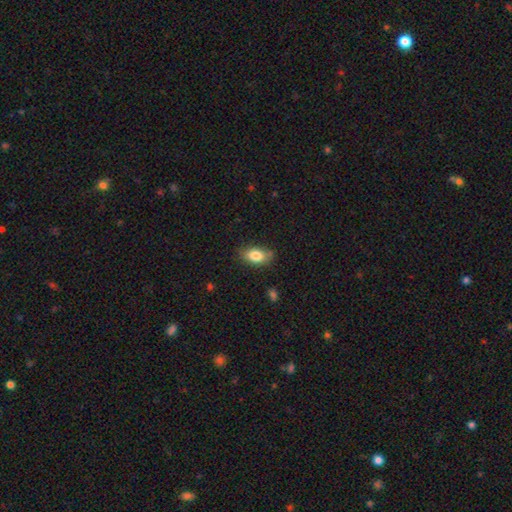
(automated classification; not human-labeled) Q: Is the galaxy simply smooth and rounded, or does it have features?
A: smooth — 82%.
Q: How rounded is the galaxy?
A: in between — 89%.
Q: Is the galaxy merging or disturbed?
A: none — 78%.